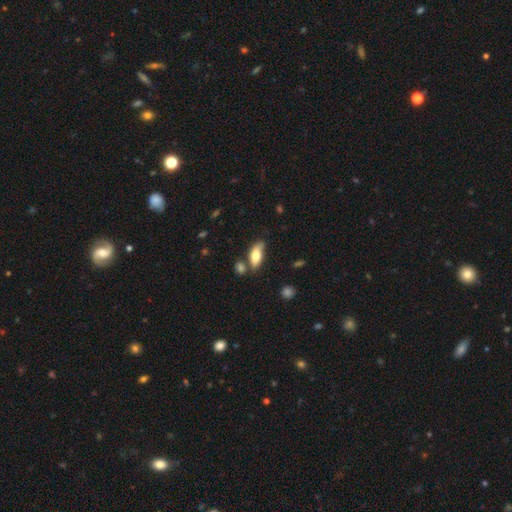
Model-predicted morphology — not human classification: Overall: smooth (75%). How rounded: in between (83%). Merging: none (55%; minor disturbance 24%).